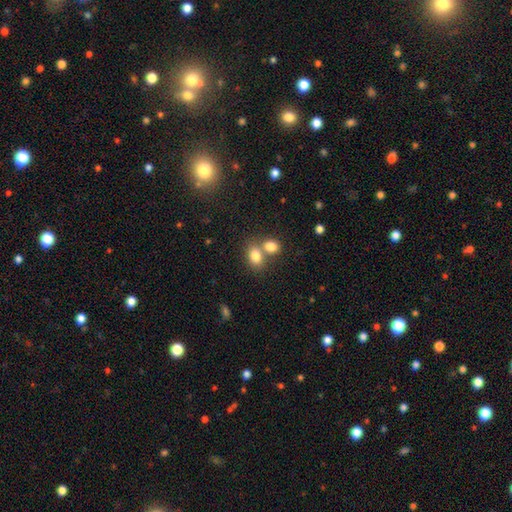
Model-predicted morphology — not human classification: smooth 81%, star or artifact 10%, featured or disk 9%. Down the decision tree: how rounded — in between (65%); merging — merger (48%).